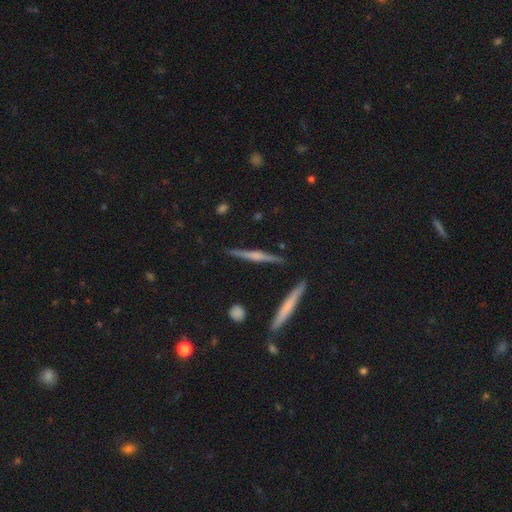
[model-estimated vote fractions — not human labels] smooth_or_featured: featured or disk (p=0.71) [alt: smooth p=0.23]
disk_edge_on: yes (p=0.98) [alt: no p=0.02]
edge_on_bulge: rounded (p=0.61) [alt: none p=0.20]
merging: none (p=0.88) [alt: minor disturbance p=0.08]